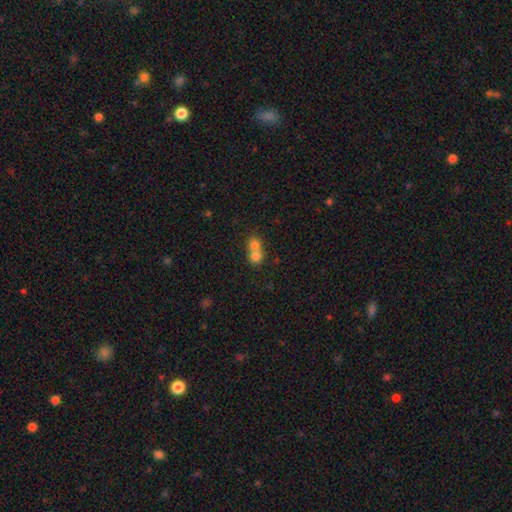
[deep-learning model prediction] A smooth galaxy with no disk features (75%) that is round (76%).

Vote fractions:
- Smooth or featured? smooth: 75% / featured or disk: 14% / star or artifact: 10%
- How rounded? round: 76% / in between: 23% / cigar-shaped: 1%
- Merging? merger: 69% / none: 24% / minor disturbance: 4% / major disturbance: 2%